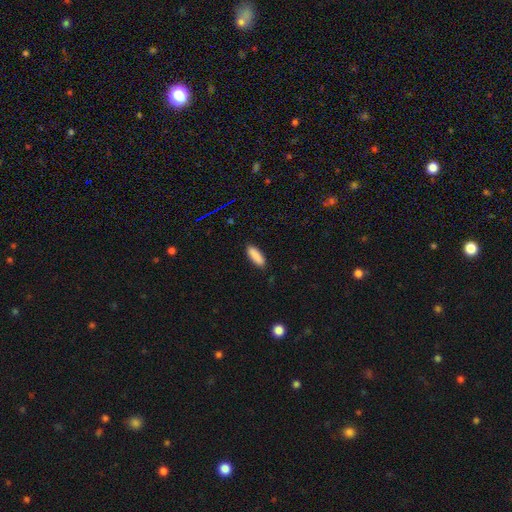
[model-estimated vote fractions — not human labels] Morphology: type=smooth (89%); roundness=in between (59%); merging=none (88%).